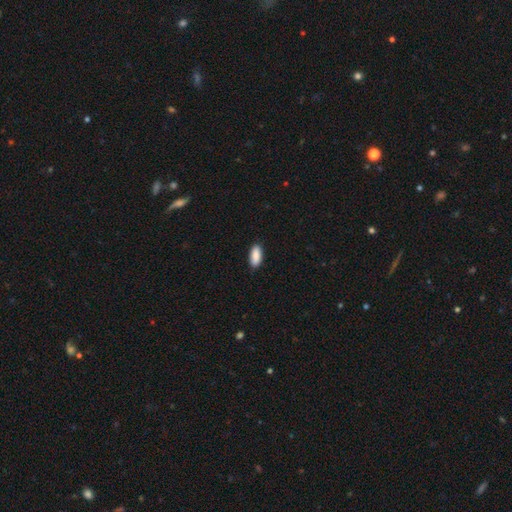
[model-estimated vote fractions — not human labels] A smooth galaxy with no disk features (90%) that is in between round and cigar-shaped (86%). Merging: none (89%).